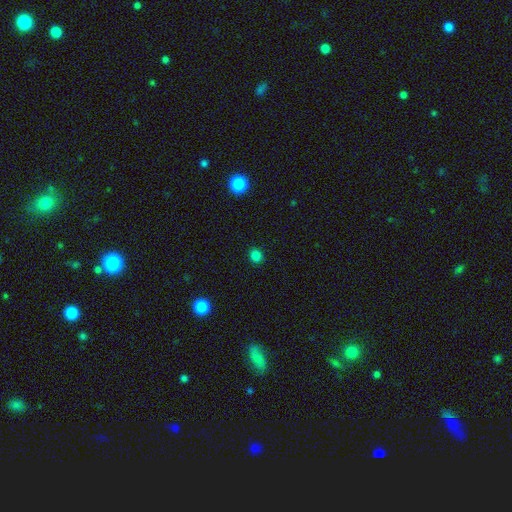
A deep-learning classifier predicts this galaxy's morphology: A smooth galaxy with no disk features (82%) that is round (83%).

Vote fractions:
- Smooth or featured? smooth: 82% / star or artifact: 15% / featured or disk: 3%
- How rounded? round: 83% / in between: 16% / cigar-shaped: 1%
- Merging? none: 91% / minor disturbance: 5% / major disturbance: 2% / merger: 1%